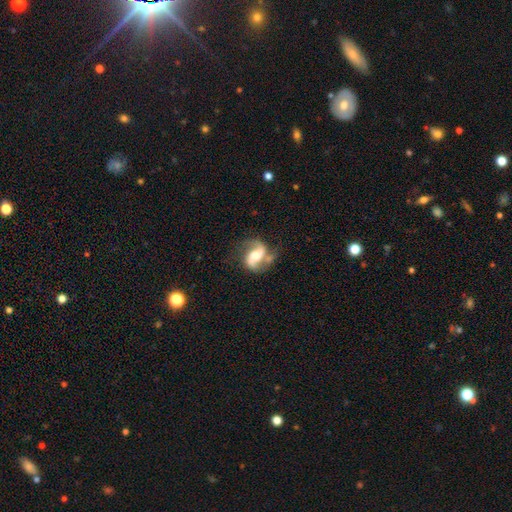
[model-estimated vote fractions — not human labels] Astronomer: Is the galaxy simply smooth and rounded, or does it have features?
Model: featured or disk — 82%.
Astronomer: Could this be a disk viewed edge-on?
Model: no — 97%.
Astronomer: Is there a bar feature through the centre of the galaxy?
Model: weak — 38% (runner-up: no, 34%).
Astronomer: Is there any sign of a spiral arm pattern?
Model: yes — 95%.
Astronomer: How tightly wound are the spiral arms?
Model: loose — 47% (runner-up: medium, 42%).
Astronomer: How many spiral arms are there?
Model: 2 — 90%.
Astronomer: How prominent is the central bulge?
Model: moderate — 56%.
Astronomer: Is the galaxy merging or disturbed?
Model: none — 59%.